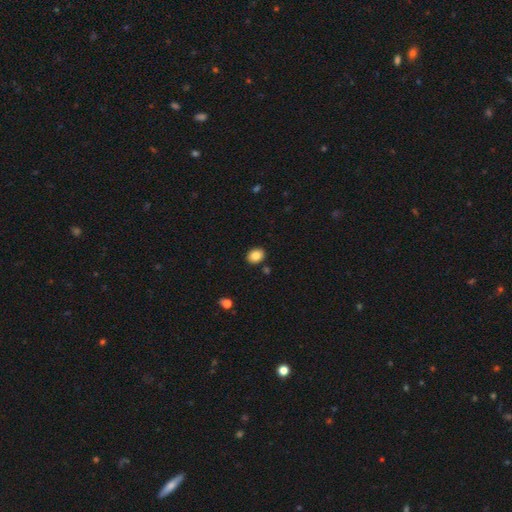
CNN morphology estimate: Q: Smooth or featured?
A: smooth (85%); runner-up: star or artifact (9%)
Q: How rounded?
A: in between (57%); runner-up: round (42%)
Q: Merging?
A: none (88%); runner-up: minor disturbance (8%)